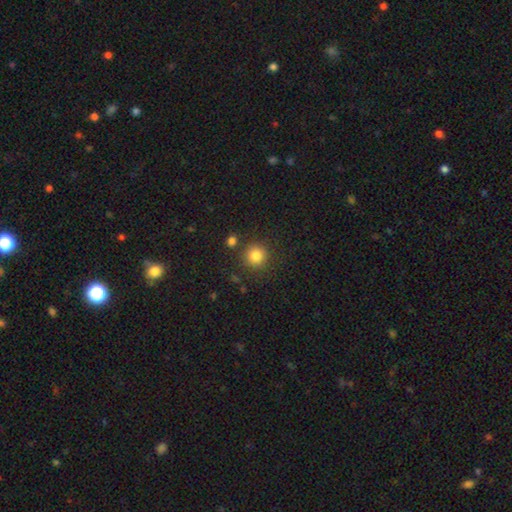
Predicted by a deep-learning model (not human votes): Overall: smooth (84%). How rounded: round (93%). Merging: none (85%).